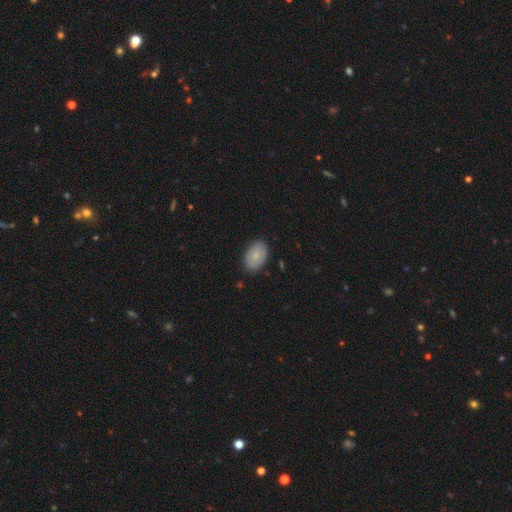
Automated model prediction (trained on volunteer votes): Smooth or featured? Predicted: smooth (p=0.79). How rounded? Predicted: in between (p=0.89). Merging? Predicted: none (p=0.83).